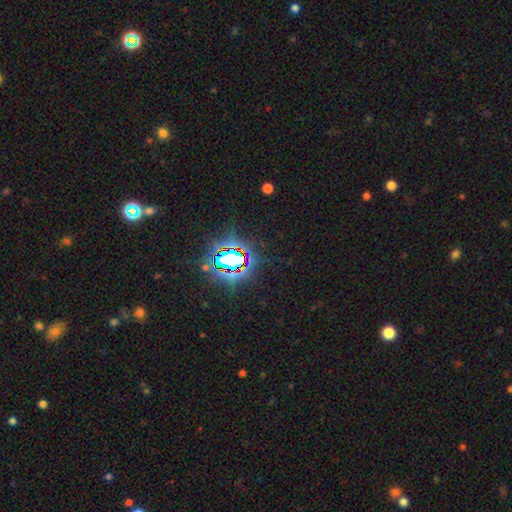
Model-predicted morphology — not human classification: star or artifact 83%, smooth 10%, featured or disk 7%.